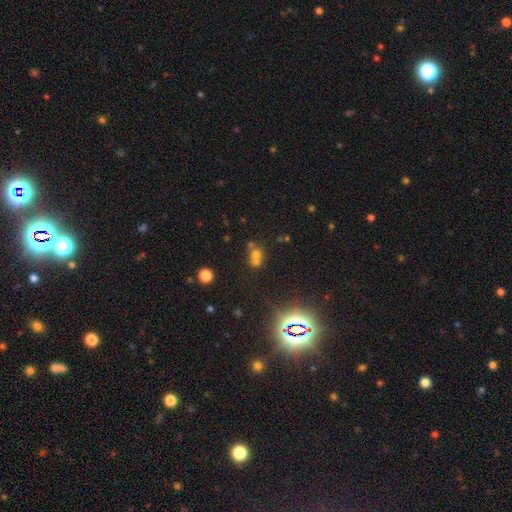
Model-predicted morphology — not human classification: A smooth galaxy with no disk features (48%).

Vote fractions:
- Smooth or featured? smooth: 48% / star or artifact: 37% / featured or disk: 15%
- Merging? merger: 47% / none: 40% / minor disturbance: 8% / major disturbance: 5%